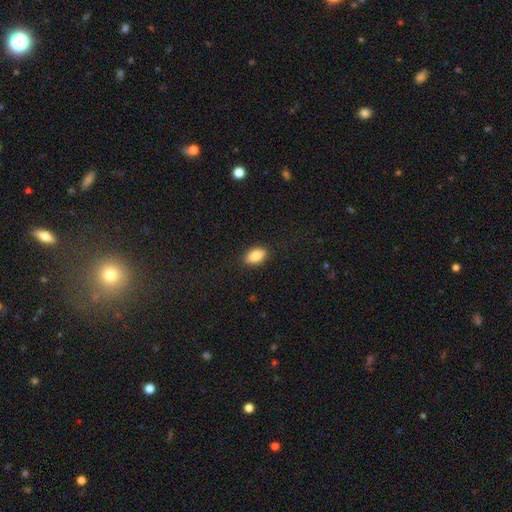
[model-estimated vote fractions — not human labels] This appears to be a smooth galaxy with no disk features (85%) that is in between round and cigar-shaped (89%). Merging: none (87%).